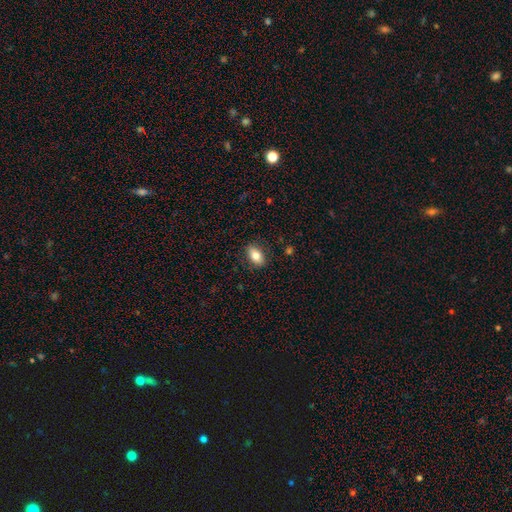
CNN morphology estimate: Smooth or featured? Predicted: smooth (p=0.82). How rounded? Predicted: in between (p=0.89). Merging? Predicted: none (p=0.86).